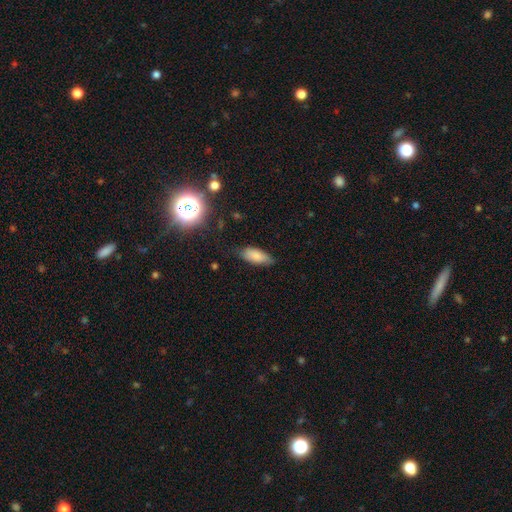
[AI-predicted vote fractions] smooth_or_featured: smooth (p=0.82) [alt: featured or disk p=0.09]
how_rounded: in between (p=0.81) [alt: cigar-shaped p=0.17]
merging: none (p=0.72) [alt: minor disturbance p=0.22]